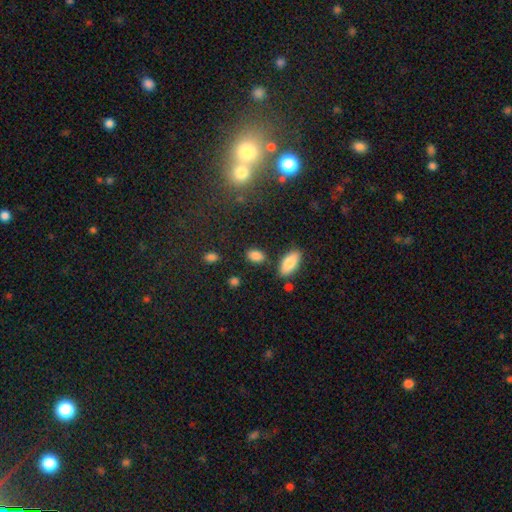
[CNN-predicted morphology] smooth 86%, star or artifact 9%, featured or disk 5%. Down the decision tree: how rounded — in between (85%); merging — none (79%).